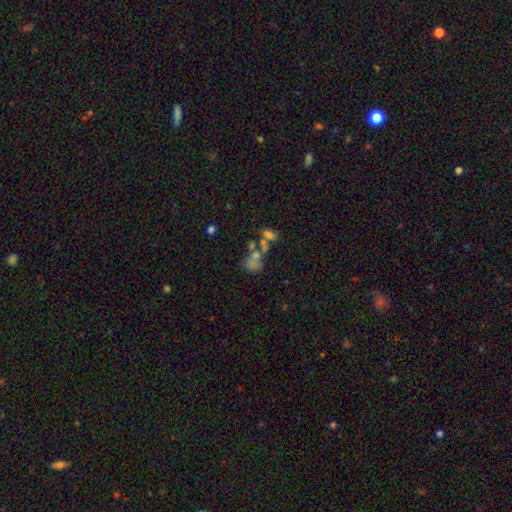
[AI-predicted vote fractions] smooth_or_featured: smooth (p=0.46) [alt: featured or disk p=0.28]
merging: merger (p=0.43) [alt: none p=0.29]